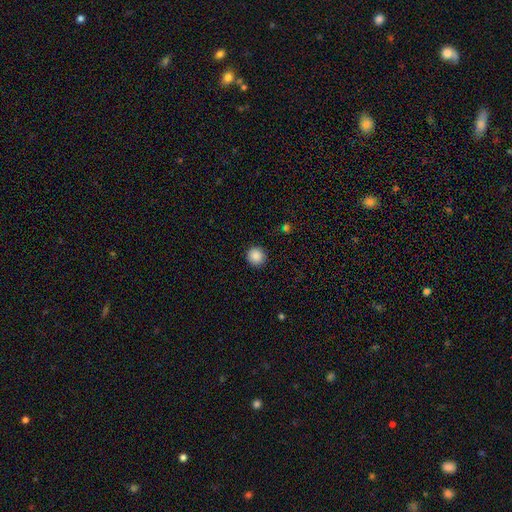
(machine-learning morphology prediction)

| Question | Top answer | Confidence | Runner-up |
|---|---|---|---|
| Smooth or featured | smooth | 87% | star or artifact (9%) |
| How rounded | round | 94% | in between (5%) |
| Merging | none | 92% | minor disturbance (5%) |